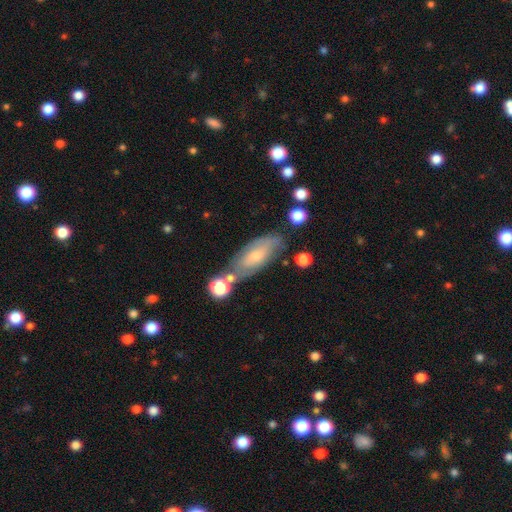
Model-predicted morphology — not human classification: The model was most divided on "smooth or featured": featured or disk: 47%, smooth: 45%, star or artifact: 8%. More confident: merging — none (63%).